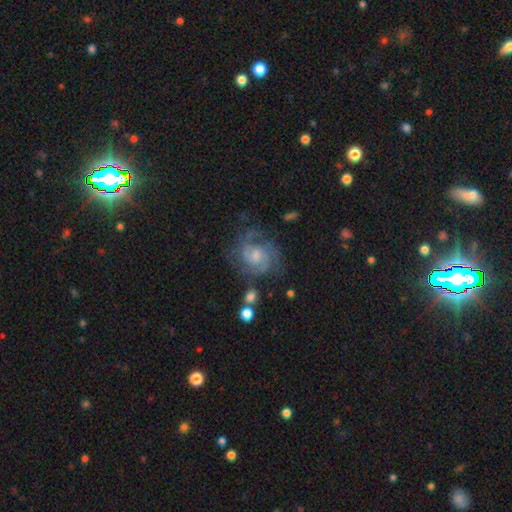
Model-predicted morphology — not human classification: type=featured or disk (82%); edge-on=no (98%); bar=no (56%); spiral arms=yes (96%); winding=tight (47%); arm count=2 (46%); bulge=small (47%); merging=none (71%).